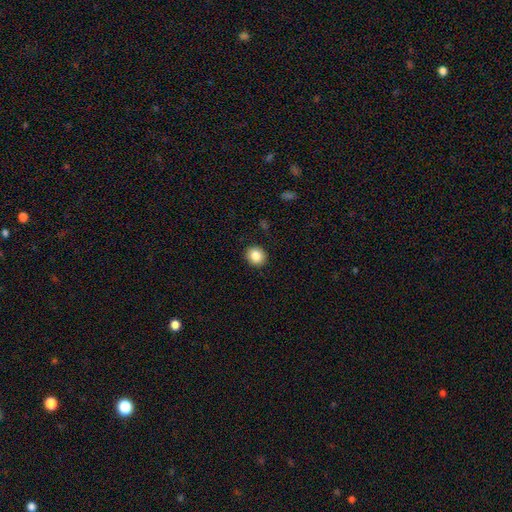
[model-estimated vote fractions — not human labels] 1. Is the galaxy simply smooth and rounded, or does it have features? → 86% smooth, 9% star or artifact, 5% featured or disk.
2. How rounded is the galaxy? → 80% round, 19% in between, 1% cigar-shaped.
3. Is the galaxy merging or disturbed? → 91% none, 6% minor disturbance, 2% major disturbance, 1% merger.